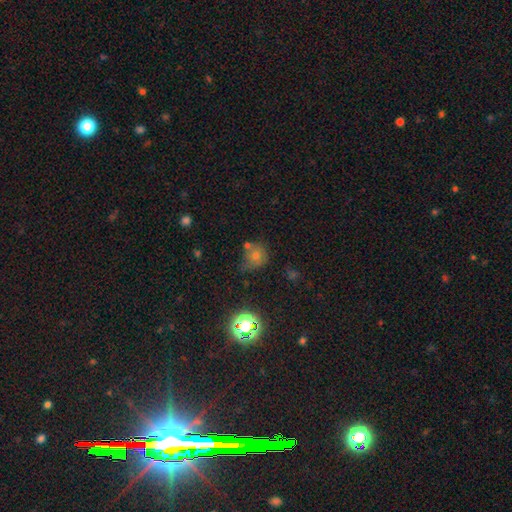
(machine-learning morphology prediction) type=smooth (56%); roundness=round (82%); merging=none (57%).